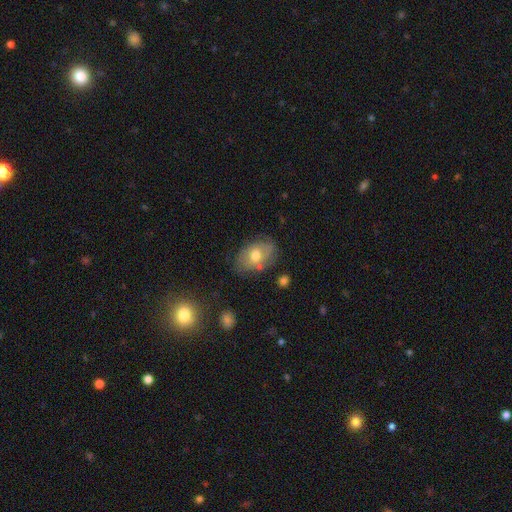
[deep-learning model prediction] This is possibly a smooth galaxy (57%). How rounded: clearly in between (83%). Merging: likely none (69%).